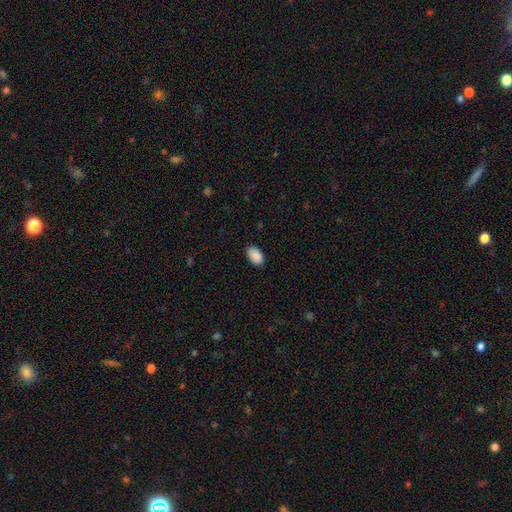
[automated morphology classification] This appears to be a smooth galaxy with no disk features (91%) that is in between round and cigar-shaped (94%). Merging: none (87%).